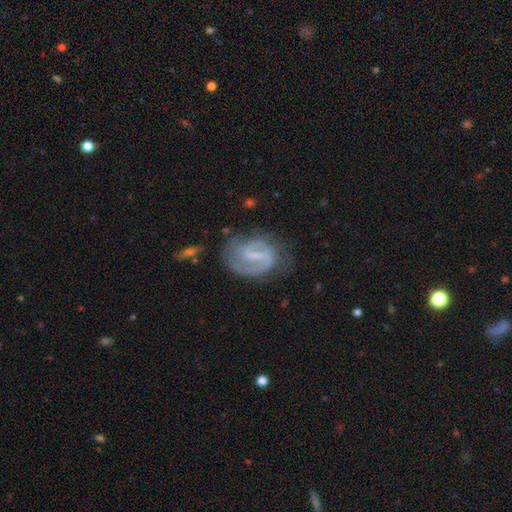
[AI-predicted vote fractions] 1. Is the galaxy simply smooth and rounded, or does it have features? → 83% featured or disk, 11% smooth, 6% star or artifact.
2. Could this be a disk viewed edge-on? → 97% no, 3% yes.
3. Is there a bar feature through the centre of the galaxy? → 51% weak, 35% strong, 15% no.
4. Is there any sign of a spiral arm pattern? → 93% yes, 7% no.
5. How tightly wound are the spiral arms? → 48% medium, 34% tight, 18% loose.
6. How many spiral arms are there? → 76% 2, 12% 1, 8% can't tell, 2% 3, 1% 4, 1% more than 4.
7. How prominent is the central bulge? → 54% small, 30% none, 15% moderate, 1% large, 1% dominant.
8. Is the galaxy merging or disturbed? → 66% none, 21% minor disturbance, 11% major disturbance, 2% merger.